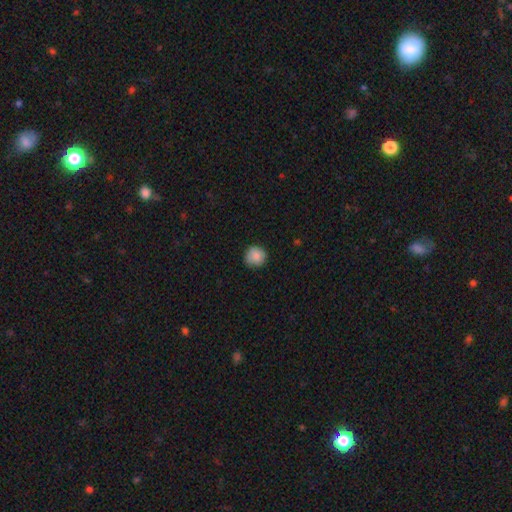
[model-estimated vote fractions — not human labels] Smooth or featured: smooth — 84% (featured or disk — 8%)
How rounded: round — 91% (in between — 8%)
Merging: none — 80% (minor disturbance — 16%)